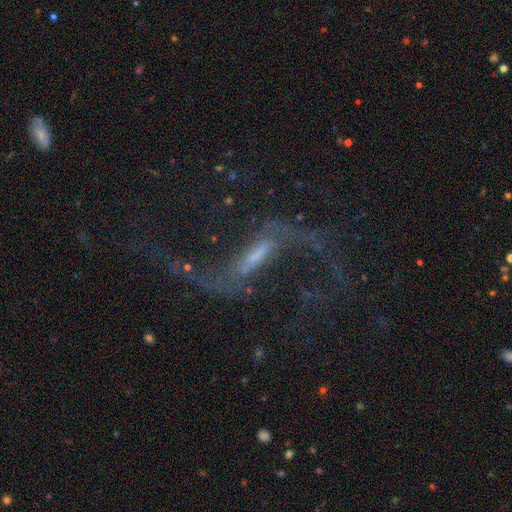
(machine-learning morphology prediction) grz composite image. It shows a featured or disk galaxy (83%) with a strong bar (52%), 2 (92%) loose (87%) spiral arms (93%) and a small central bulge (41%). Merging: none (60%).